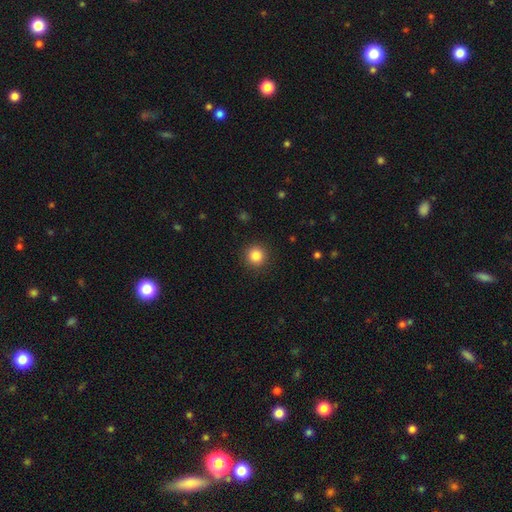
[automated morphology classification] Smooth or featured? Predicted: smooth (p=0.85). How rounded? Predicted: round (p=0.95). Merging? Predicted: none (p=0.92).